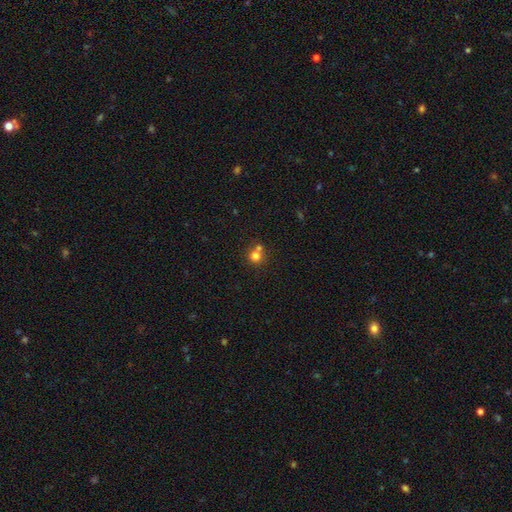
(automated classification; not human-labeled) Morphology: type=smooth (77%); roundness=round (89%); merging=none (52%).